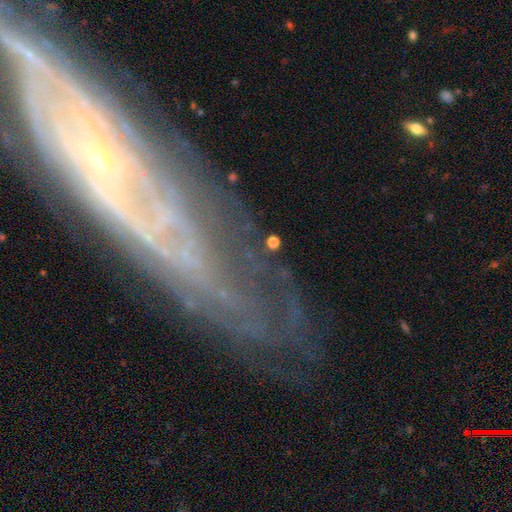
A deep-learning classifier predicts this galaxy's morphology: A featured or disk galaxy (71%) with no bar (59%), spiral arms (76%) and a small central bulge (59%). Merging: none (68%).